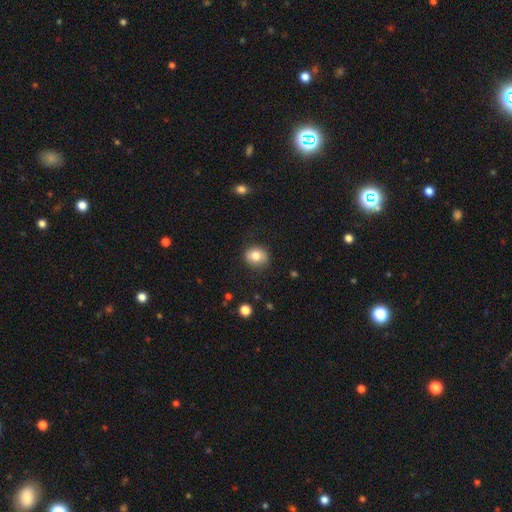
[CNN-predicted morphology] A smooth galaxy with no disk features (80%) that is round (72%). Merging: none (81%).